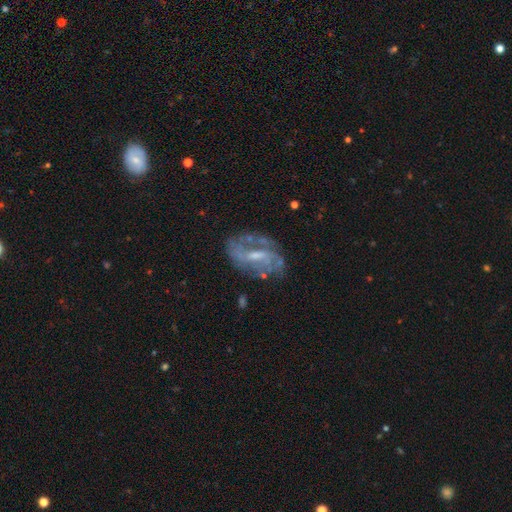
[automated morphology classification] This is likely a featured or disk galaxy (74%). It is clearly not viewed edge-on (94%). Bar: possibly weak (48%). Spiral arm pattern: likely yes (74%). Spiral arm count: possibly 2 (50%). Spiral winding: marginally medium (42%). Central bulge: possibly small (45%). Merging: likely none (61%).